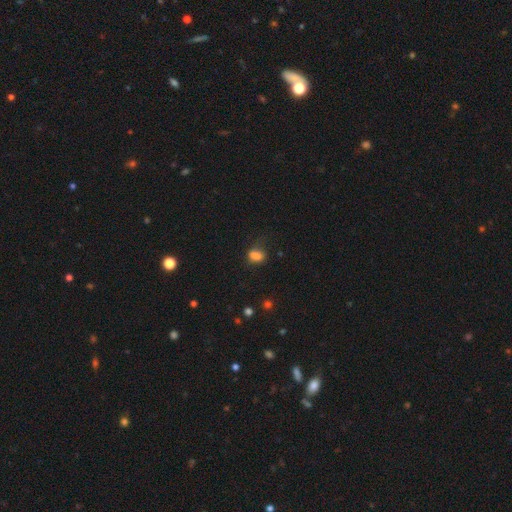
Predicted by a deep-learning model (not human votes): Smooth or featured?
  - smooth: 78% *
  - star or artifact: 13%
  - featured or disk: 9%
How rounded?
  - in between: 72% *
  - round: 25%
  - cigar-shaped: 3%
Merging?
  - none: 47% *
  - minor disturbance: 28%
  - major disturbance: 14%
  - merger: 11%